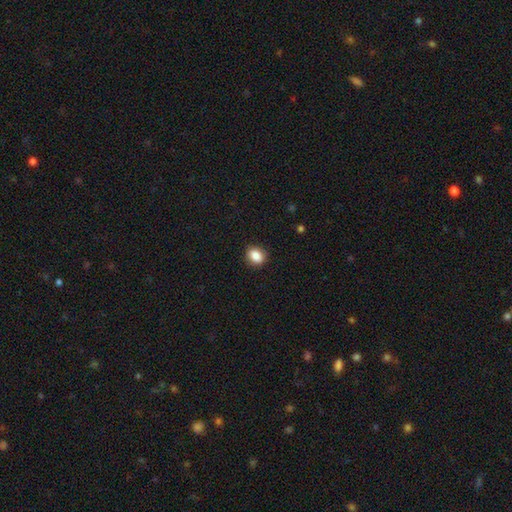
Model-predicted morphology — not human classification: This is clearly a smooth galaxy (87%). How rounded: possibly round (50%). Merging: clearly none (90%).